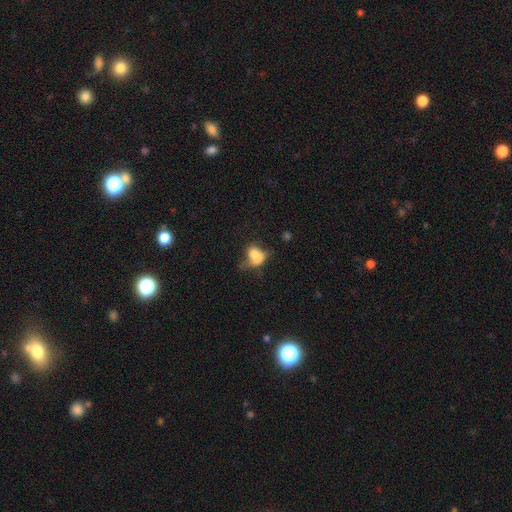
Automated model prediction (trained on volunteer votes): This is likely a smooth galaxy (64%). How rounded: likely in between (63%). Merging: possibly merger (46%).